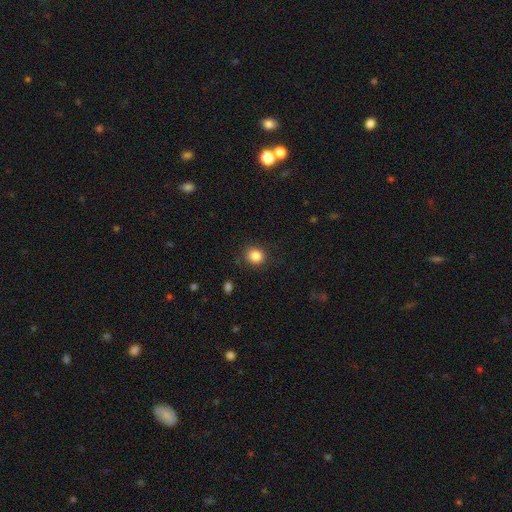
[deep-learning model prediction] Smooth or featured? Predicted: smooth (p=0.86). How rounded? Predicted: round (p=0.80). Merging? Predicted: none (p=0.87).